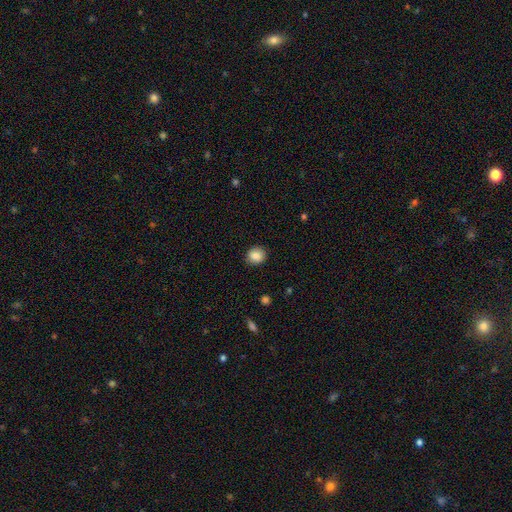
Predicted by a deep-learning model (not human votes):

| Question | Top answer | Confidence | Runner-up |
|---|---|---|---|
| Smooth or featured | smooth | 86% | star or artifact (9%) |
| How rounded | round | 78% | in between (21%) |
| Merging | none | 88% | minor disturbance (9%) |